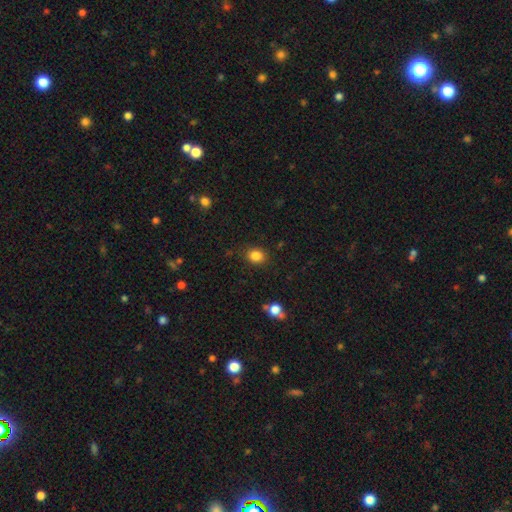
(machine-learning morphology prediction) The model was most divided on "how rounded": round: 57%, in between: 43%, cigar-shaped: 1%. More confident: smooth or featured — smooth (84%); merging — none (84%).